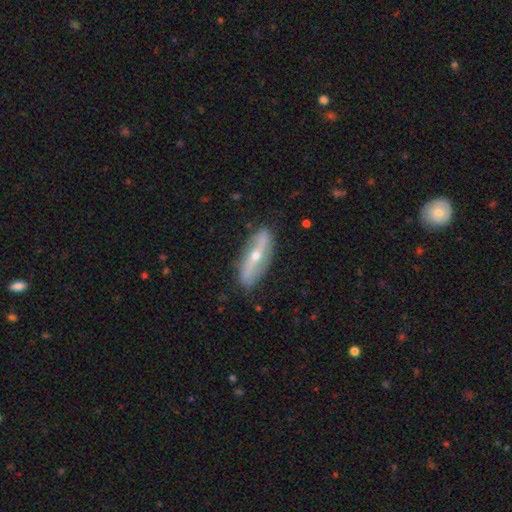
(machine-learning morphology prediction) Smooth or featured? featured or disk (74%)
Edge-on disk? no (63%)
Merging? none (84%)